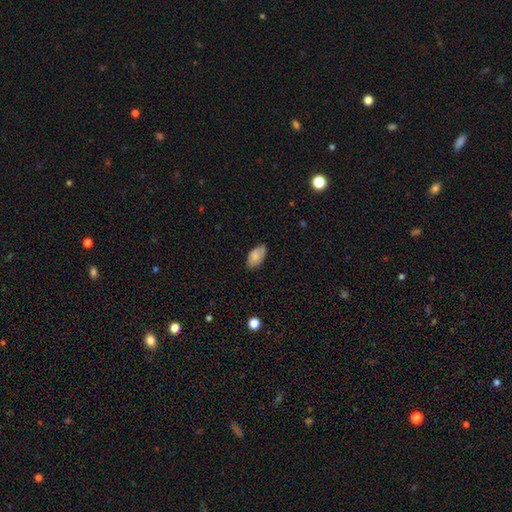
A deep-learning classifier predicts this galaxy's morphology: Smooth or featured?
  - smooth: 78% *
  - featured or disk: 14%
  - star or artifact: 7%
How rounded?
  - in between: 94% *
  - round: 4%
  - cigar-shaped: 2%
Merging?
  - none: 74% *
  - minor disturbance: 21%
  - major disturbance: 3%
  - merger: 1%